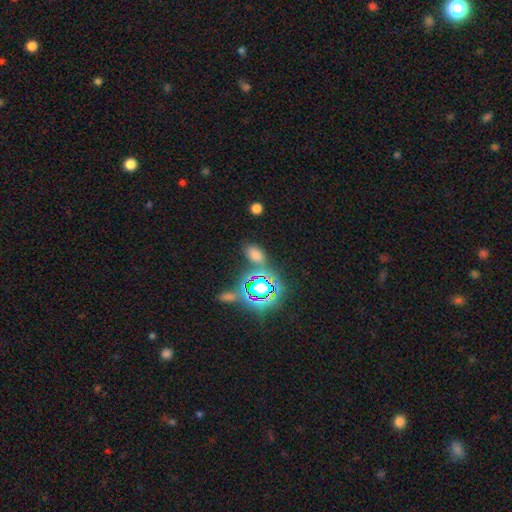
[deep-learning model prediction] Q: Smooth or featured?
A: smooth (58%); runner-up: star or artifact (34%)
Q: How rounded?
A: in between (82%); runner-up: round (14%)
Q: Merging?
A: none (71%); runner-up: minor disturbance (12%)